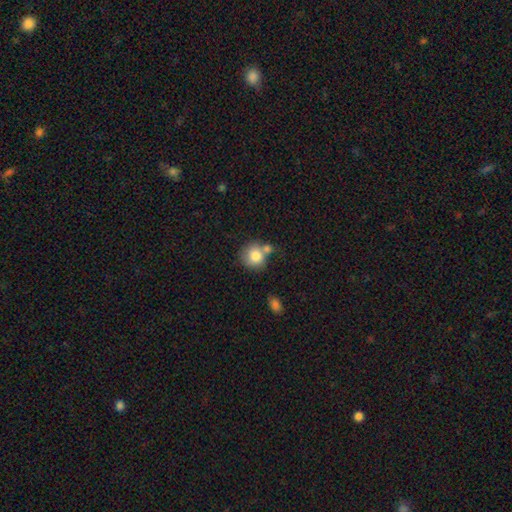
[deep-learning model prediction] Smooth or featured? smooth (81%)
How rounded? round (85%)
Merging? none (50%)